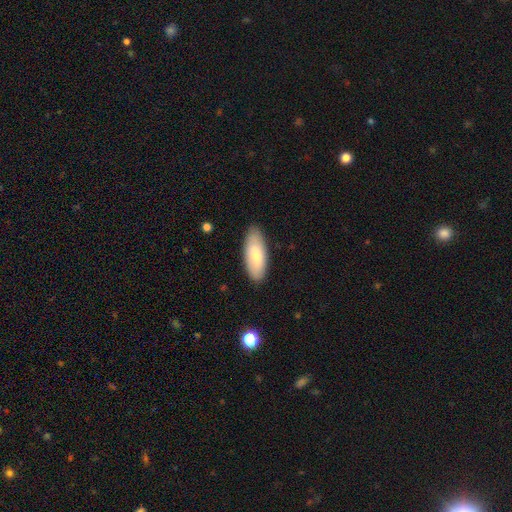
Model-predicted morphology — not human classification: The model was most divided on "smooth or featured": smooth: 77%, featured or disk: 18%, star or artifact: 5%. More confident: merging — none (86%); how rounded — in between (81%).